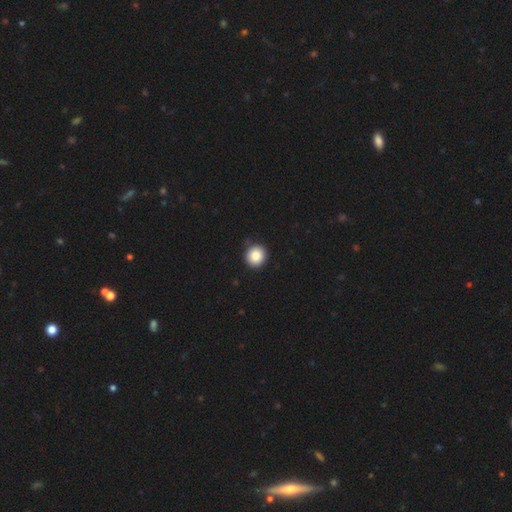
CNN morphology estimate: A smooth galaxy with no disk features (87%) that is round (90%). Merging: none (89%).